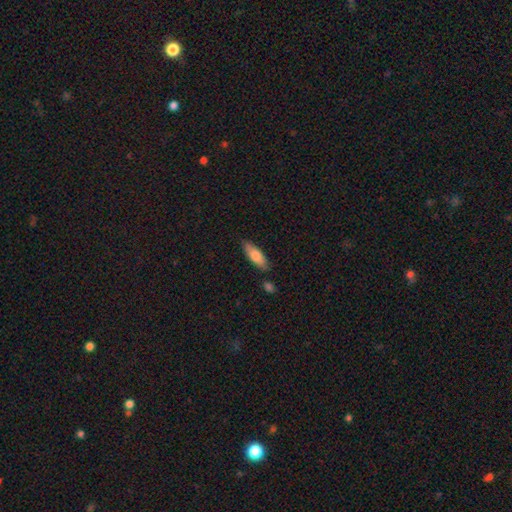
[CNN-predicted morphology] This appears to be a smooth galaxy with no disk features (77%) that is in between round and cigar-shaped (58%). Merging: none (79%).